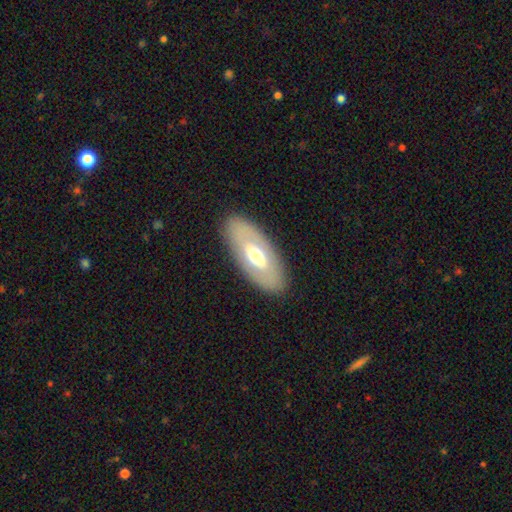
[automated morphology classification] Overall: featured or disk (48%; smooth 47%). Merging: none (87%).